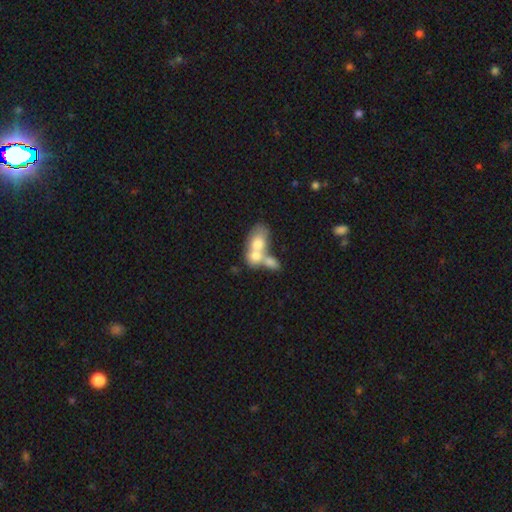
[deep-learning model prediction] smooth 62%, featured or disk 29%, star or artifact 8%. Down the decision tree: how rounded — in between (73%); merging — merger (76%).